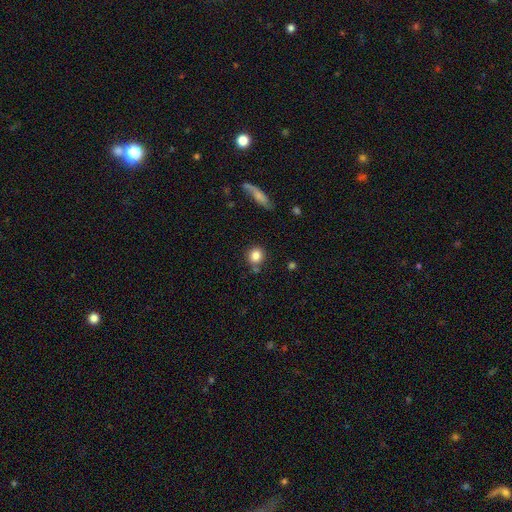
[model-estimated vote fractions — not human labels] The model was most divided on "merging": none: 77%, minor disturbance: 12%, merger: 8%, major disturbance: 3%. More confident: how rounded — round (85%); smooth or featured — smooth (83%).